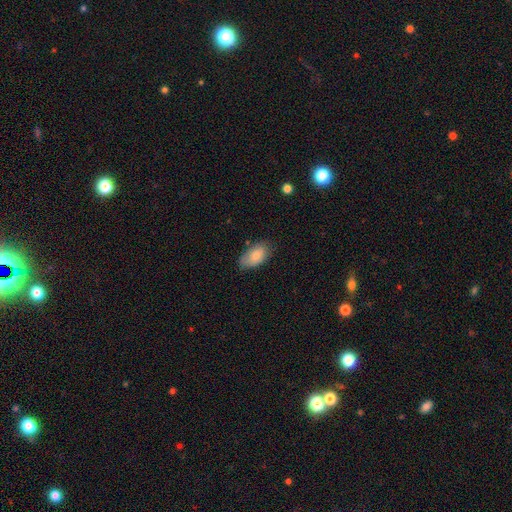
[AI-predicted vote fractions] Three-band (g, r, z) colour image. It shows a smooth galaxy with no disk features (81%) that is in between round and cigar-shaped (94%). Merging: none (69%).